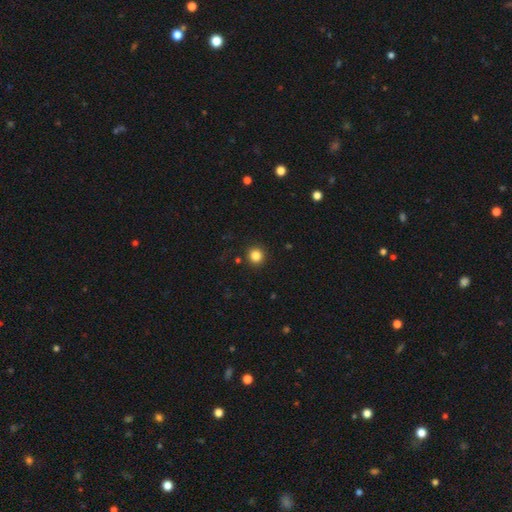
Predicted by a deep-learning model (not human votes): A smooth galaxy with no disk features (84%) that is round (94%).

Vote fractions:
- Smooth or featured? smooth: 84% / star or artifact: 12% / featured or disk: 4%
- How rounded? round: 94% / in between: 5% / cigar-shaped: 1%
- Merging? none: 91% / minor disturbance: 5% / major disturbance: 2% / merger: 2%